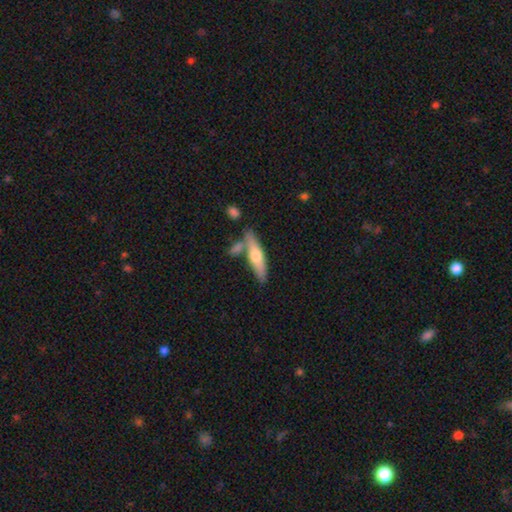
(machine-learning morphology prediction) Q: Smooth or featured?
A: smooth (53%); runner-up: featured or disk (41%)
Q: How rounded?
A: cigar-shaped (74%); runner-up: in between (24%)
Q: Merging?
A: none (67%); runner-up: merger (16%)